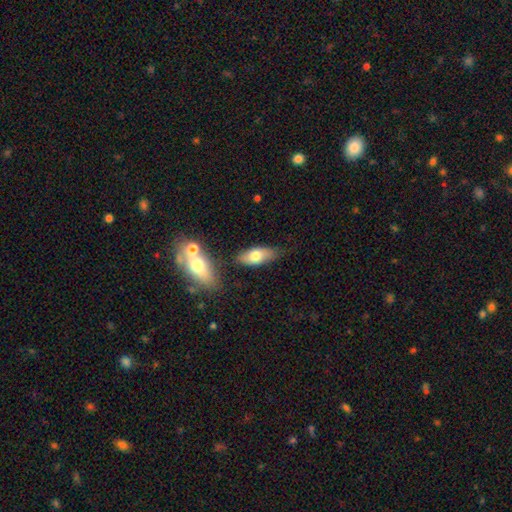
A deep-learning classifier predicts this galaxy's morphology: Smooth or featured: smooth — 71% (featured or disk — 22%)
How rounded: in between — 82% (cigar-shaped — 14%)
Merging: none — 75% (minor disturbance — 15%)